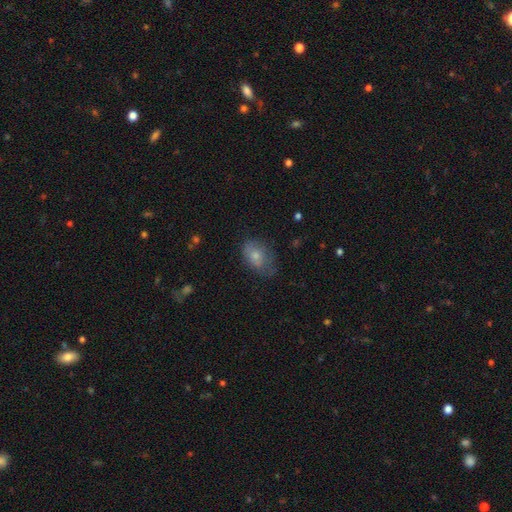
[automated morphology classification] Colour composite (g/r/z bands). It shows a smooth galaxy with no disk features (71%) that is in between round and cigar-shaped (82%). Merging: none (54%).